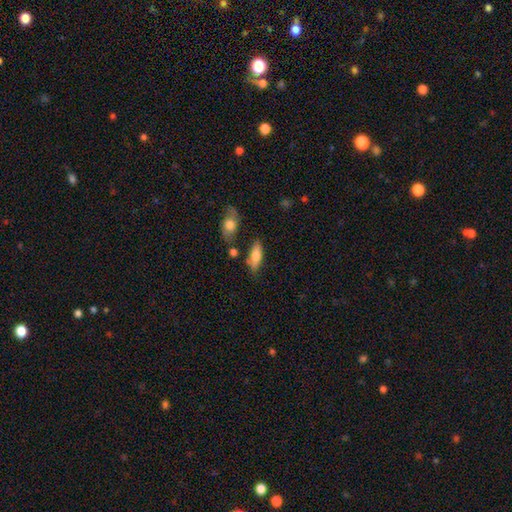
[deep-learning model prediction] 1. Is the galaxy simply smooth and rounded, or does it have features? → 73% smooth, 21% featured or disk, 6% star or artifact.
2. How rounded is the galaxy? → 66% in between, 31% cigar-shaped, 3% round.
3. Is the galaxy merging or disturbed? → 72% none, 16% minor disturbance, 8% merger, 4% major disturbance.